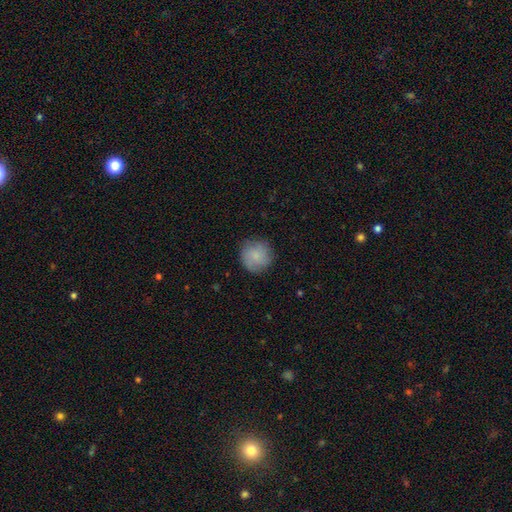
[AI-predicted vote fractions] Smooth or featured: smooth — 81% (featured or disk — 13%)
How rounded: round — 94% (in between — 5%)
Merging: none — 84% (minor disturbance — 12%)